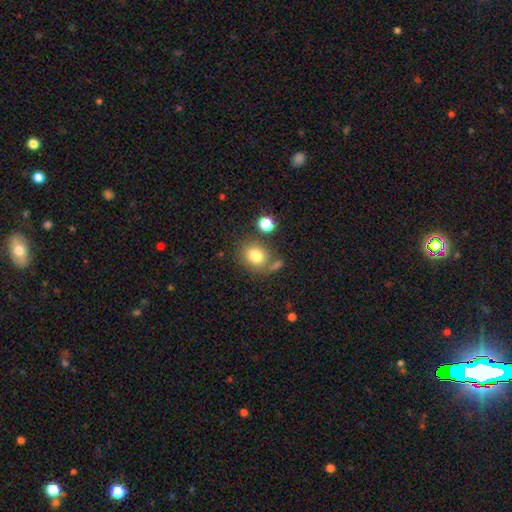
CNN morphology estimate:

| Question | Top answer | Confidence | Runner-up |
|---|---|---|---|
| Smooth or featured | smooth | 80% | star or artifact (11%) |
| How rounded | round | 66% | in between (33%) |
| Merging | none | 67% | minor disturbance (14%) |